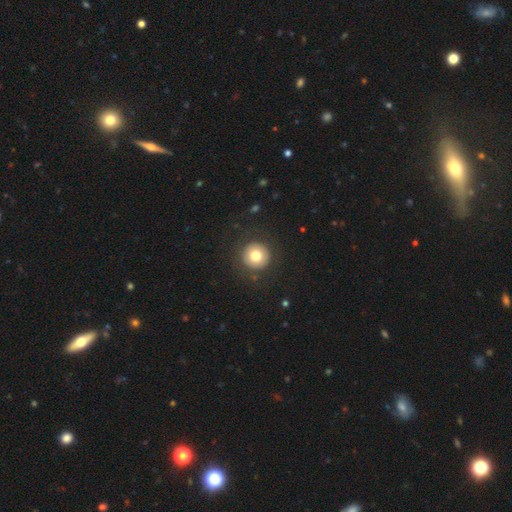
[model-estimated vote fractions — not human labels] smooth 76%, featured or disk 14%, star or artifact 10%. Down the decision tree: how rounded — round (96%); merging — none (89%).